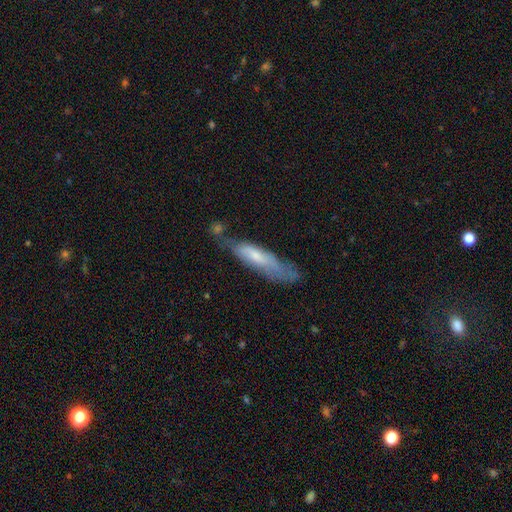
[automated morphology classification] Smooth or featured: smooth — 53% (featured or disk — 40%)
How rounded: cigar-shaped — 72% (in between — 26%)
Merging: none — 44% (minor disturbance — 31%)